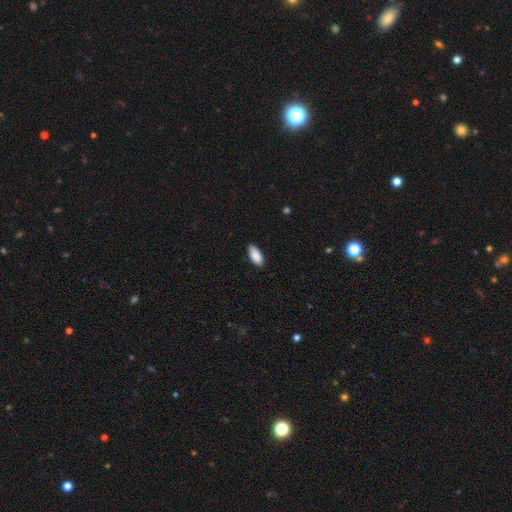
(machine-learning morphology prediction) Q: Smooth or featured?
A: smooth (89%); runner-up: star or artifact (6%)
Q: How rounded?
A: in between (89%); runner-up: cigar-shaped (10%)
Q: Merging?
A: none (86%); runner-up: minor disturbance (11%)